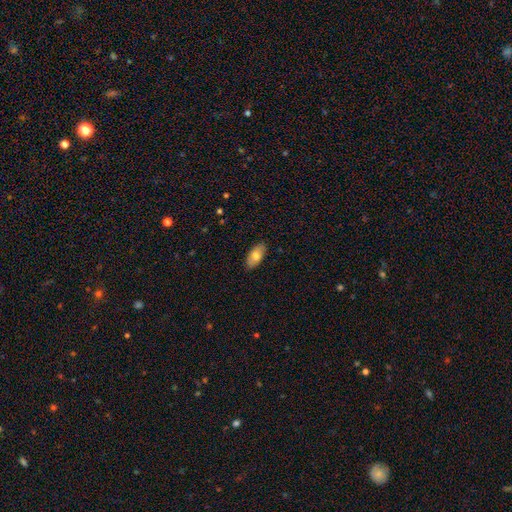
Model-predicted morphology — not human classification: Smooth or featured? smooth (72%)
How rounded? in between (91%)
Merging? none (87%)